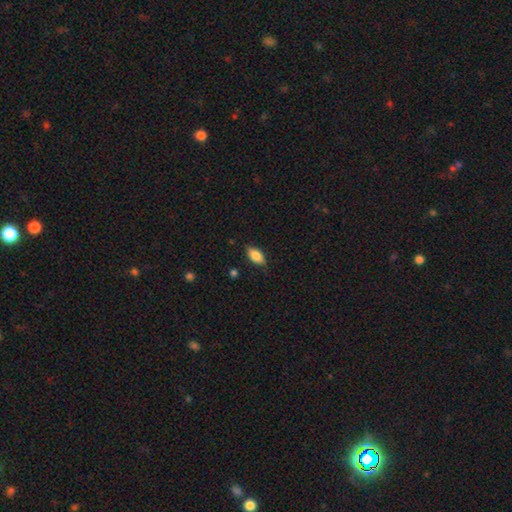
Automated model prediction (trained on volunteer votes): This appears to be a smooth galaxy with no disk features (84%) that is in between round and cigar-shaped (90%). Merging: none (82%).